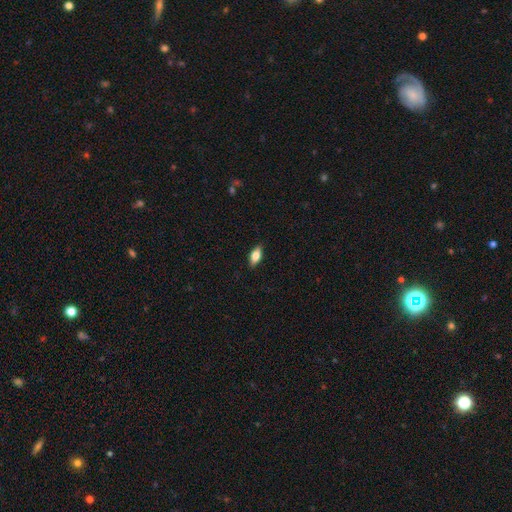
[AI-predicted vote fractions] Overall: smooth (74%). How rounded: in between (84%). Merging: none (87%).